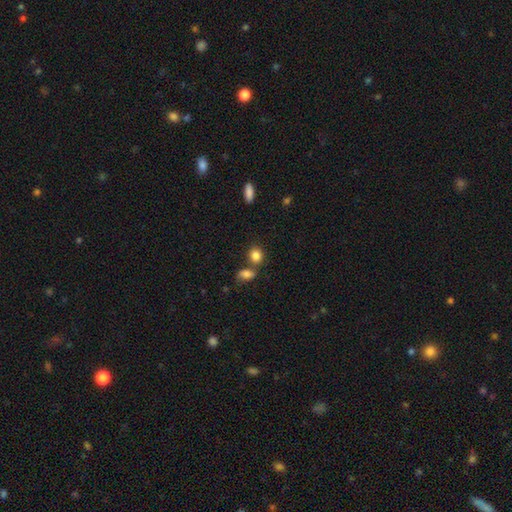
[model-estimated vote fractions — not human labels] smooth_or_featured: smooth (p=0.85) [alt: star or artifact p=0.09]
how_rounded: round (p=0.59) [alt: in between p=0.39]
merging: none (p=0.61) [alt: merger p=0.24]